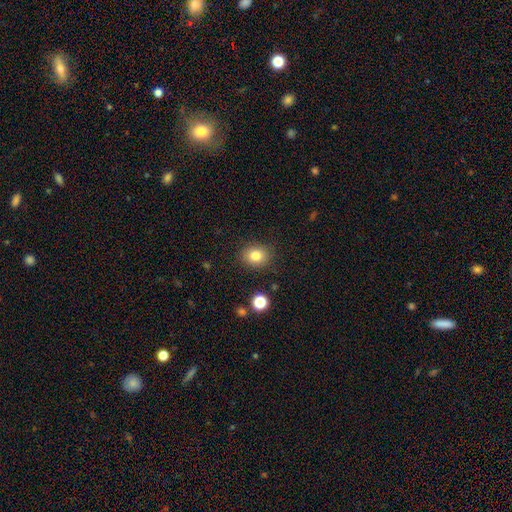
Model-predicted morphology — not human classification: A smooth galaxy with no disk features (81%) that is round (61%). Merging: none (87%).